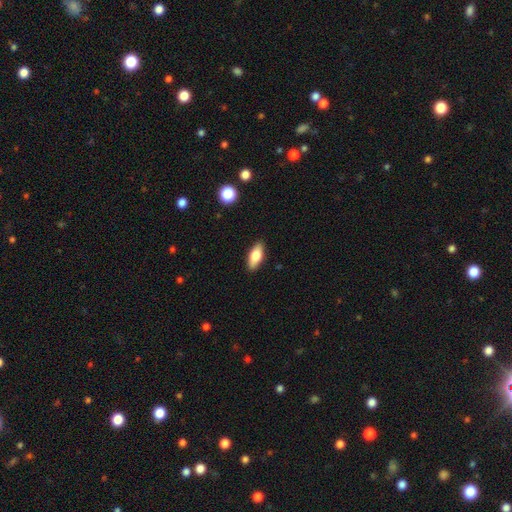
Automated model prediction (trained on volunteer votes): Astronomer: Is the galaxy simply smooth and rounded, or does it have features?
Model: smooth — 74%.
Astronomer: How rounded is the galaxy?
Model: in between — 80%.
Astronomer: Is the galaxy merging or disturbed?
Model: none — 89%.